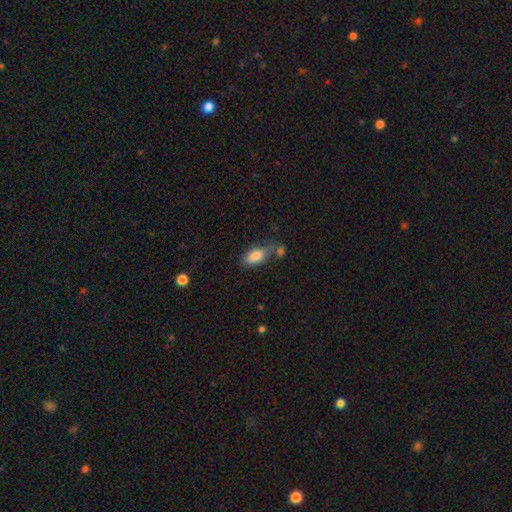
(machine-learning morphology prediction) A smooth galaxy with no disk features (82%) that is in between round and cigar-shaped (87%).

Vote fractions:
- Smooth or featured? smooth: 82% / featured or disk: 11% / star or artifact: 8%
- How rounded? in between: 87% / cigar-shaped: 10% / round: 3%
- Merging? none: 47% / minor disturbance: 23% / merger: 21% / major disturbance: 9%